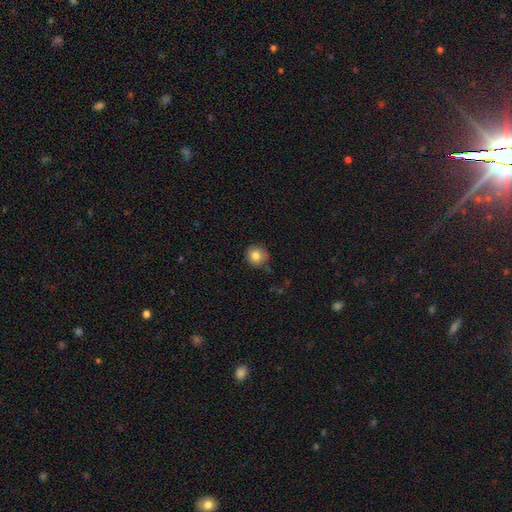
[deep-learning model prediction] This is clearly a smooth galaxy (82%). How rounded: clearly round (93%). Merging: clearly none (82%).